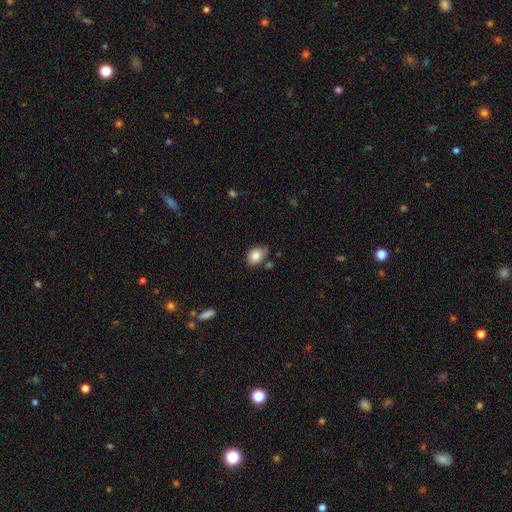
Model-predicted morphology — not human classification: This appears to be a smooth galaxy with no disk features (85%) that is in between round and cigar-shaped (76%). Merging: none (69%).